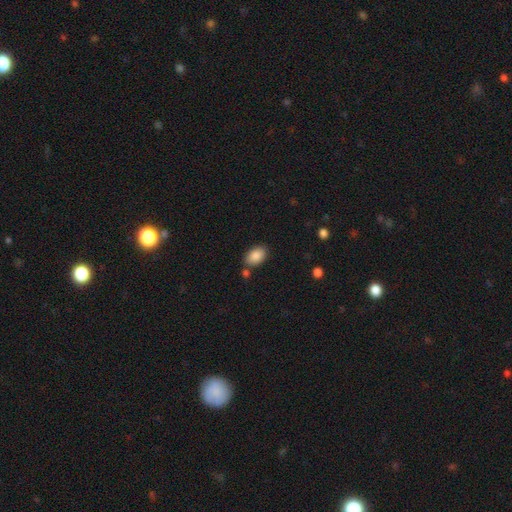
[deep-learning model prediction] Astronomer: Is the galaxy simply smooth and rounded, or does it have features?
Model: smooth — 88%.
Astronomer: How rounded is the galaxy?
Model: in between — 91%.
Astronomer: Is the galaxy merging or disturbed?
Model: none — 77%.